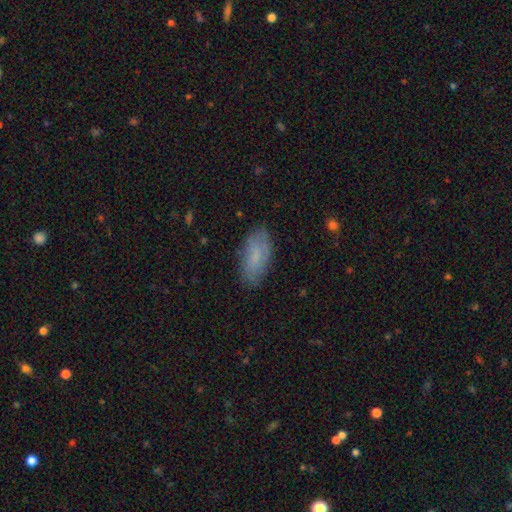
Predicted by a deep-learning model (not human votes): A smooth galaxy with no disk features (75%) that is in between round and cigar-shaped (87%).

Vote fractions:
- Smooth or featured? smooth: 75% / featured or disk: 18% / star or artifact: 7%
- How rounded? in between: 87% / cigar-shaped: 11% / round: 2%
- Merging? none: 79% / minor disturbance: 16% / major disturbance: 4% / merger: 1%